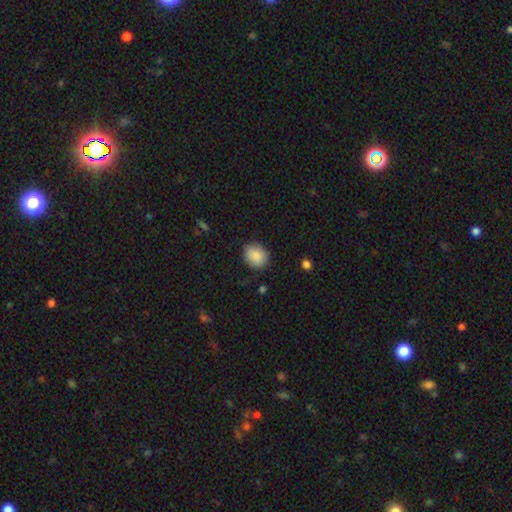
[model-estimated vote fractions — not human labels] A smooth galaxy with no disk features (88%) that is round (62%).

Vote fractions:
- Smooth or featured? smooth: 88% / star or artifact: 8% / featured or disk: 4%
- How rounded? round: 62% / in between: 37% / cigar-shaped: 1%
- Merging? none: 80% / minor disturbance: 15% / major disturbance: 4% / merger: 1%